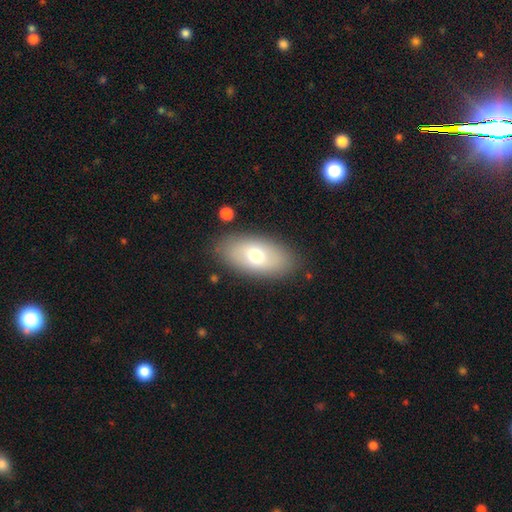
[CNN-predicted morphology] smooth_or_featured: smooth (p=0.69) [alt: featured or disk p=0.23]
how_rounded: in between (p=0.92) [alt: round p=0.04]
merging: none (p=0.84) [alt: minor disturbance p=0.10]